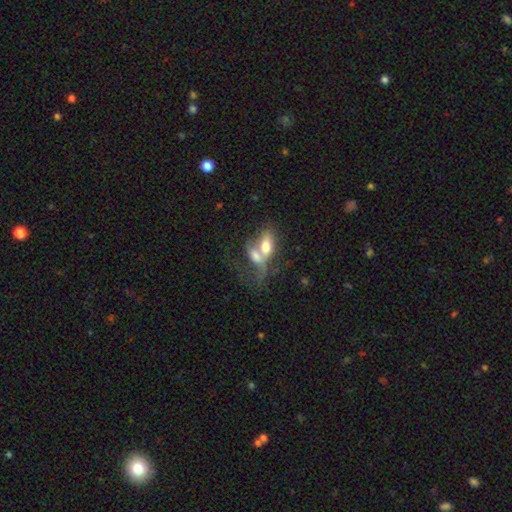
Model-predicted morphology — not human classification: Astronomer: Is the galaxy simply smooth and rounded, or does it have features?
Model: smooth — 60%.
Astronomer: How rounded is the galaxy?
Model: in between — 80%.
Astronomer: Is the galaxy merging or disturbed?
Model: merger — 75%.